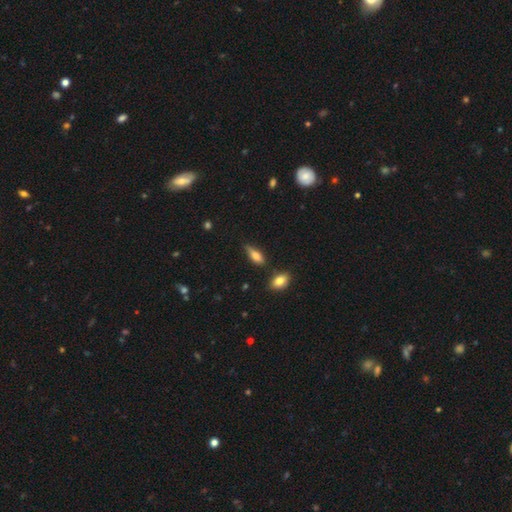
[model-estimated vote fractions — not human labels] smooth 69%, featured or disk 23%, star or artifact 8%. Down the decision tree: how rounded — in between (63%); merging — none (66%).